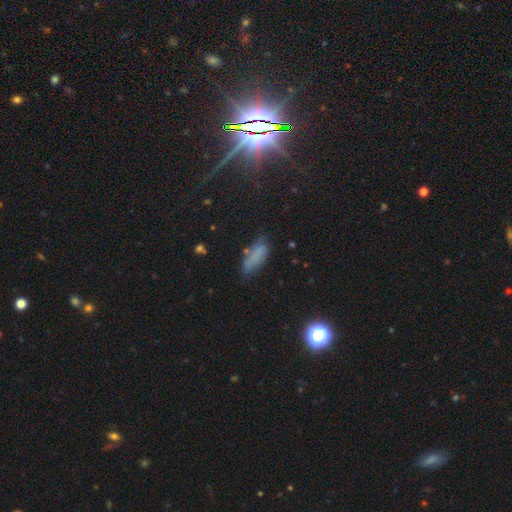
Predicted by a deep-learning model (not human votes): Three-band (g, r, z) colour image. It shows a smooth galaxy with no disk features (66%) that is in between round and cigar-shaped (65%). Merging: none (61%).